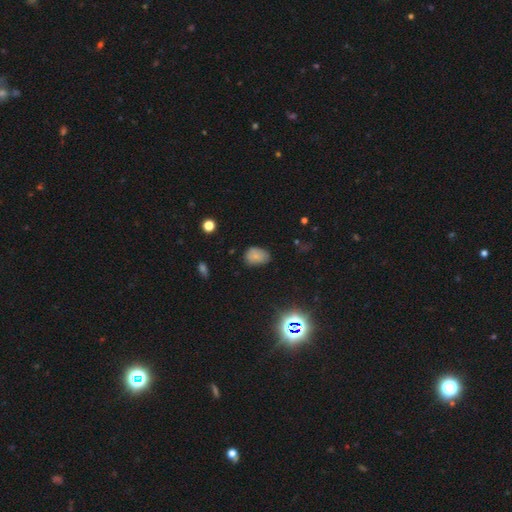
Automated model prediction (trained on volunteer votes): Smooth or featured? smooth (74%)
How rounded? in between (77%)
Merging? none (65%)